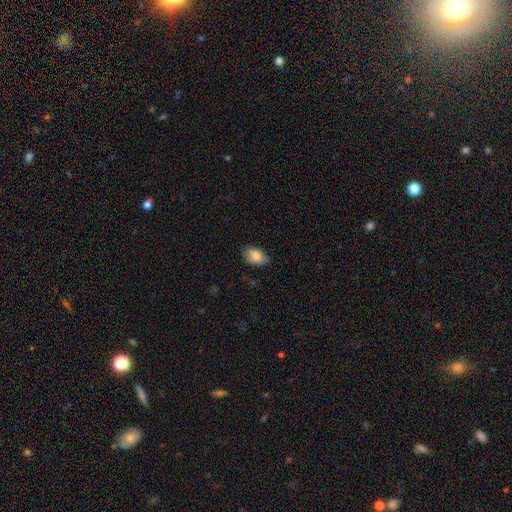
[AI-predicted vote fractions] smooth 85%, featured or disk 8%, star or artifact 7%. Down the decision tree: how rounded — in between (87%); merging — none (78%).